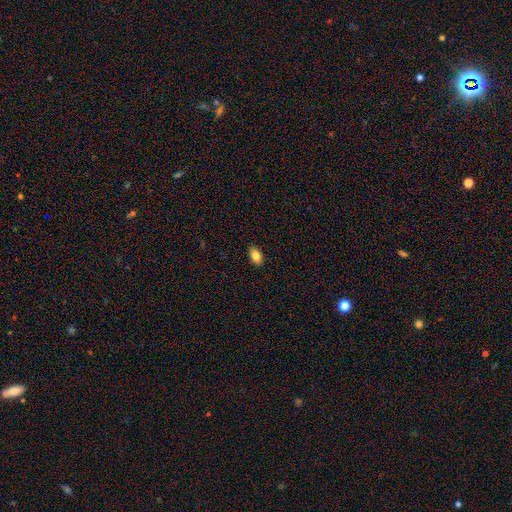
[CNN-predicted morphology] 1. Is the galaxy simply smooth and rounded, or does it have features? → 83% smooth, 9% featured or disk, 8% star or artifact.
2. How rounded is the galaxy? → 91% in between, 7% round, 2% cigar-shaped.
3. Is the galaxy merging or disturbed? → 90% none, 8% minor disturbance, 2% major disturbance, 1% merger.